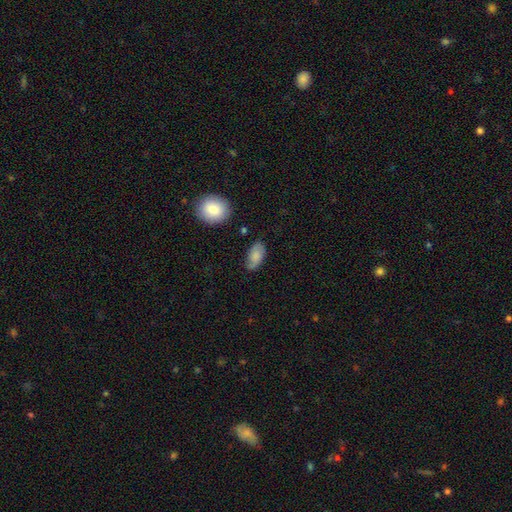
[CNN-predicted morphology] Q: Smooth or featured?
A: smooth (73%); runner-up: featured or disk (20%)
Q: How rounded?
A: in between (92%); runner-up: round (5%)
Q: Merging?
A: none (66%); runner-up: minor disturbance (25%)